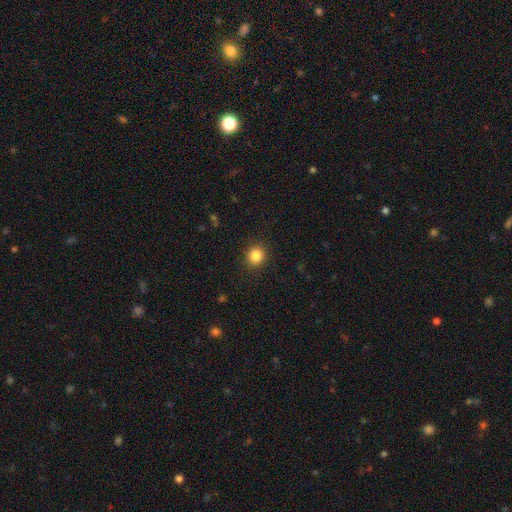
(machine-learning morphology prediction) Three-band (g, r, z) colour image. It shows a smooth galaxy with no disk features (85%) that is round (88%). Merging: none (90%).